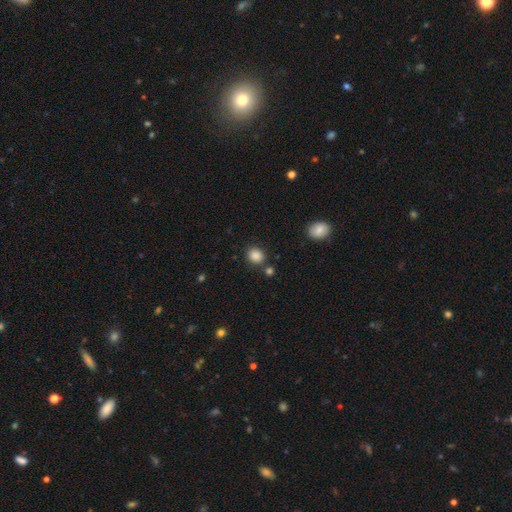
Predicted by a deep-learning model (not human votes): This appears to be a smooth galaxy with no disk features (86%) that is round (74%). Merging: none (79%).